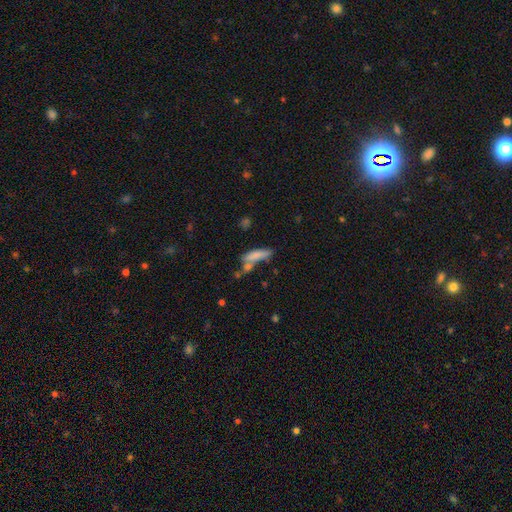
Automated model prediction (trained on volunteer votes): Smooth or featured: smooth — 73% (featured or disk — 18%)
How rounded: cigar-shaped — 68% (in between — 30%)
Merging: none — 46% (merger — 27%)